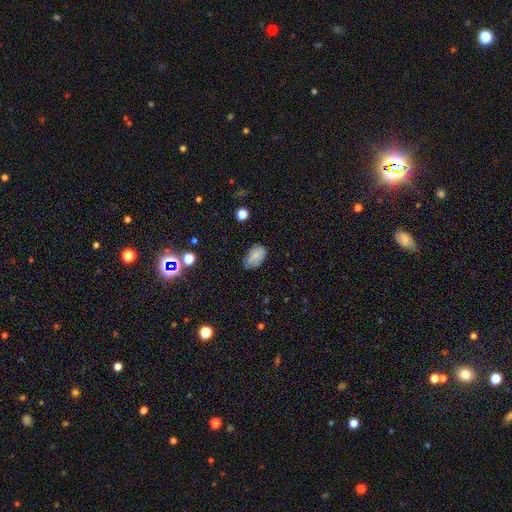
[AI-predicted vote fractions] smooth 78%, featured or disk 13%, star or artifact 9%. Down the decision tree: how rounded — in between (91%); merging — none (65%).